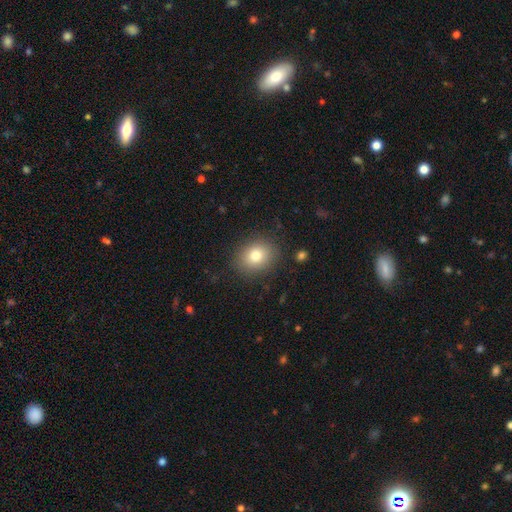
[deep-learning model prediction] Q: Smooth or featured?
A: smooth (79%); runner-up: star or artifact (11%)
Q: How rounded?
A: round (59%); runner-up: in between (40%)
Q: Merging?
A: none (86%); runner-up: minor disturbance (9%)